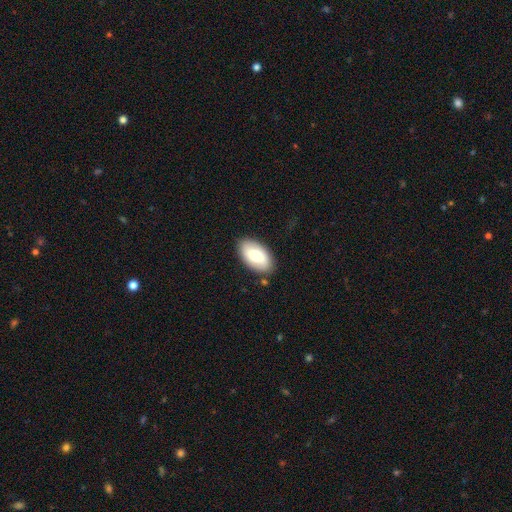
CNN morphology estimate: Q: Smooth or featured?
A: smooth (69%); runner-up: featured or disk (25%)
Q: How rounded?
A: in between (95%); runner-up: round (3%)
Q: Merging?
A: none (85%); runner-up: minor disturbance (10%)